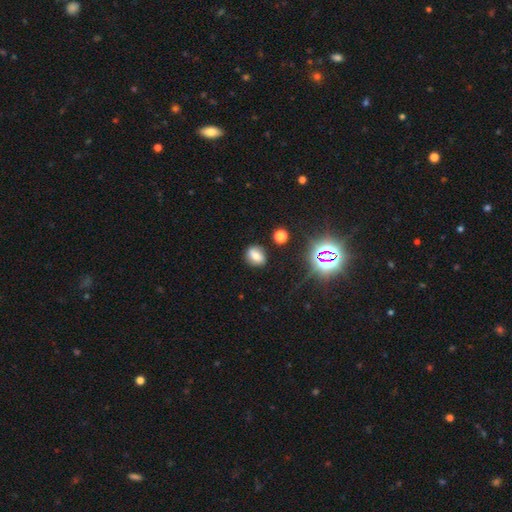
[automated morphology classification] smooth_or_featured: smooth (p=0.65) [alt: star or artifact p=0.19]
how_rounded: in between (p=0.52) [alt: round p=0.47]
merging: none (p=0.82) [alt: minor disturbance p=0.12]